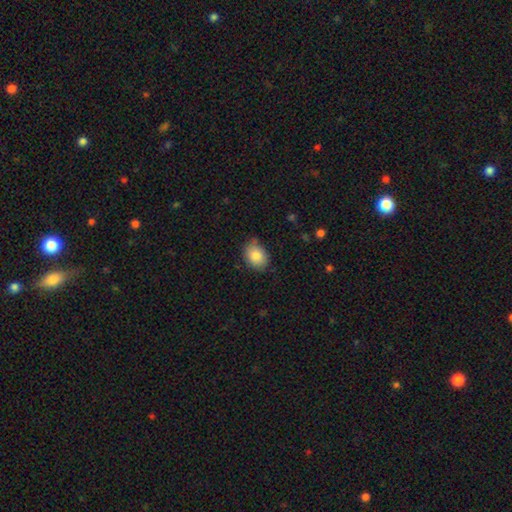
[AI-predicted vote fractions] Overall: smooth (84%). How rounded: in between (65%; round 34%). Merging: none (73%).